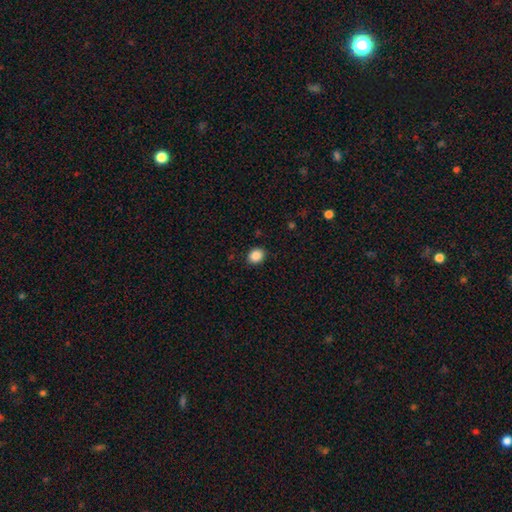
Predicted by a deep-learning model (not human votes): Morphology: type=smooth (87%); roundness=round (56%); merging=none (89%).